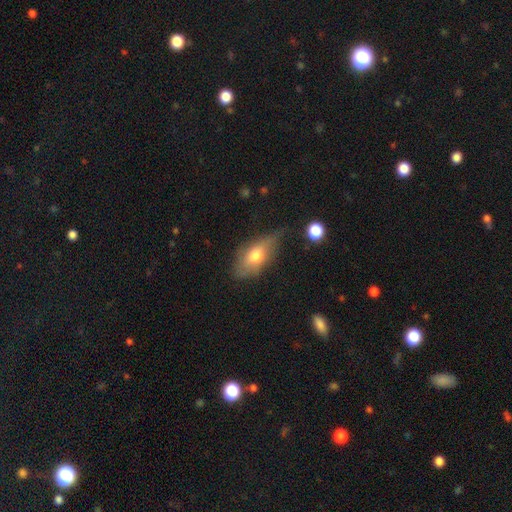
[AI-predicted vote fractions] Overall: smooth (65%; featured or disk 27%). How rounded: in between (82%). Merging: none (51%; minor disturbance 33%).